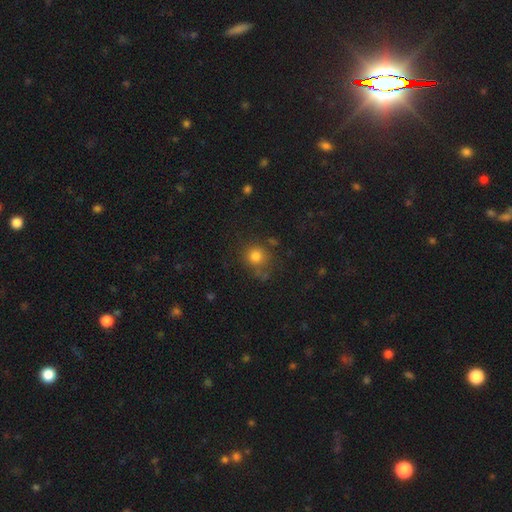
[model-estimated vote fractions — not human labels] smooth-or-featured: smooth: 79% | star or artifact: 14% | featured or disk: 7%
  how-rounded: round: 89% | in between: 10% | cigar-shaped: 1%
  merging: none: 71% | minor disturbance: 16% | major disturbance: 7% | merger: 5%